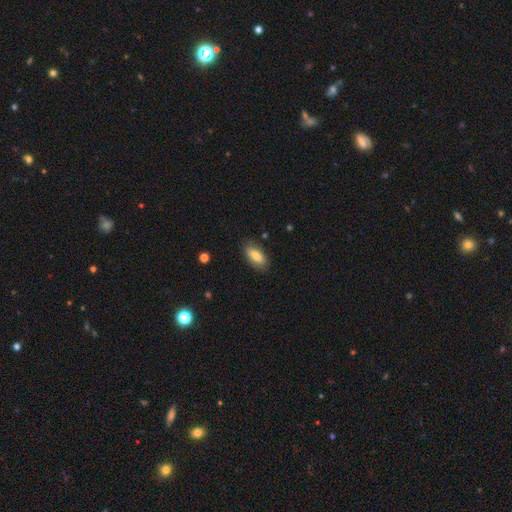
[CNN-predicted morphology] Smooth or featured?
  - smooth: 81% *
  - featured or disk: 13%
  - star or artifact: 7%
How rounded?
  - in between: 83% *
  - cigar-shaped: 15%
  - round: 2%
Merging?
  - none: 83% *
  - minor disturbance: 13%
  - major disturbance: 3%
  - merger: 1%